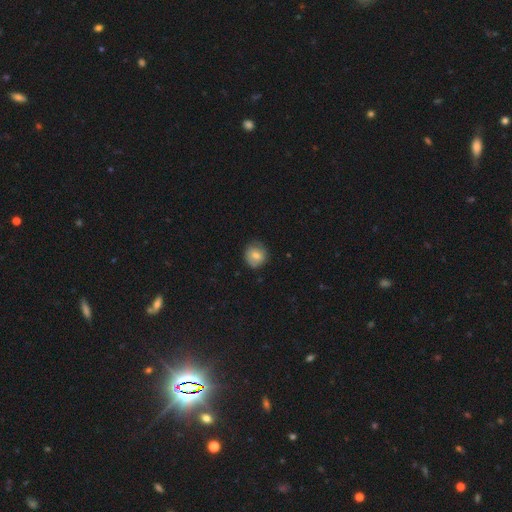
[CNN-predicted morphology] Smooth or featured? smooth (73%)
How rounded? round (84%)
Merging? none (75%)